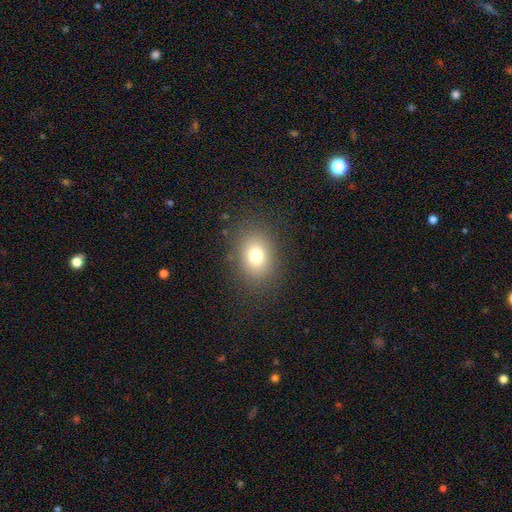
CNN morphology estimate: This appears to be a smooth galaxy with no disk features (76%) that is in between round and cigar-shaped (61%). Merging: none (84%).